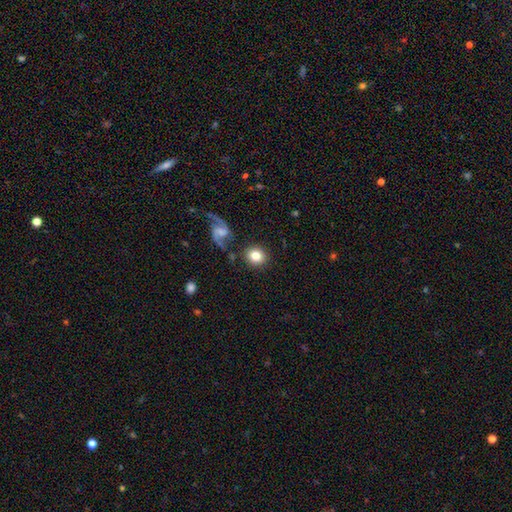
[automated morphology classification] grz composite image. It shows a smooth galaxy with no disk features (79%) that is round (83%). Merging: none (83%).